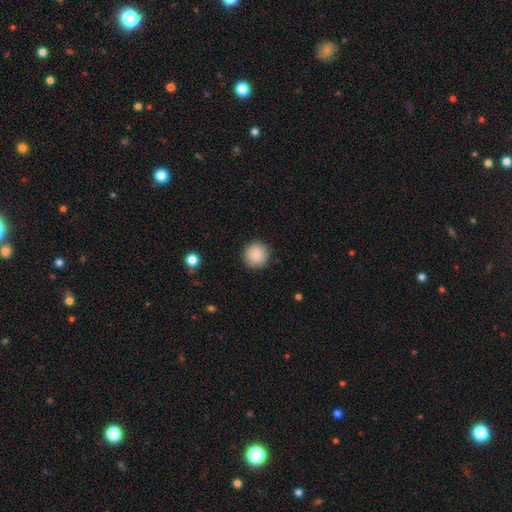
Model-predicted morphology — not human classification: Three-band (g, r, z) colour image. It shows a smooth galaxy with no disk features (88%) that is round (95%). Merging: none (92%).